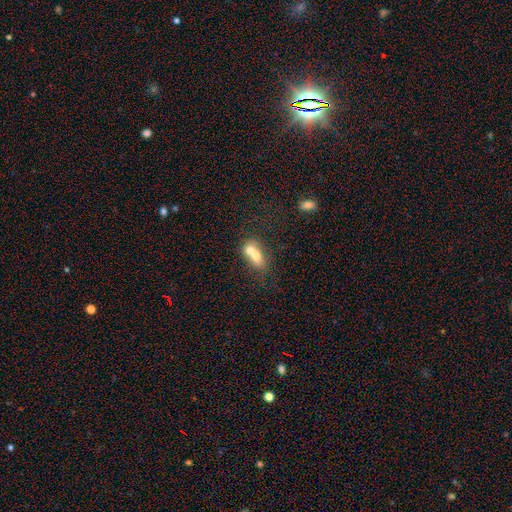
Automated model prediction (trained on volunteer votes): Overall: smooth (65%; featured or disk 26%). How rounded: in between (57%; round 39%). Merging: merger (73%).